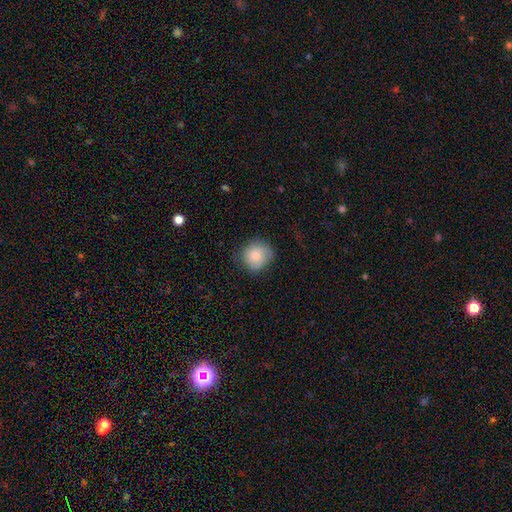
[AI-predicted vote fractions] The model was most divided on "merging": none: 72%, minor disturbance: 22%, major disturbance: 5%, merger: 1%. More confident: how rounded — round (88%); smooth or featured — smooth (79%).